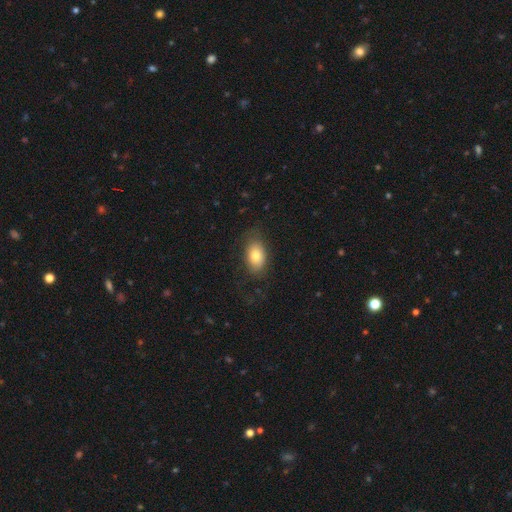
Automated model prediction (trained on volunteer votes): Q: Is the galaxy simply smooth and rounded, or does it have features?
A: smooth — 78%.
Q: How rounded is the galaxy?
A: in between — 89%.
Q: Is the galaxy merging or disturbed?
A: none — 73%.